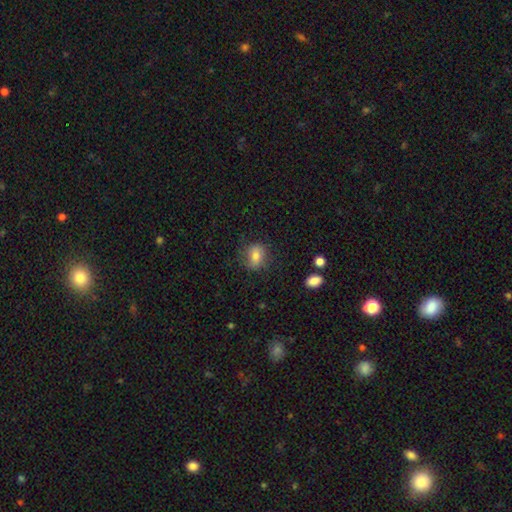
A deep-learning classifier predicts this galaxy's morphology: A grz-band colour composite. It shows a smooth galaxy with no disk features (75%) that is in between round and cigar-shaped (54%). Merging: none (72%).